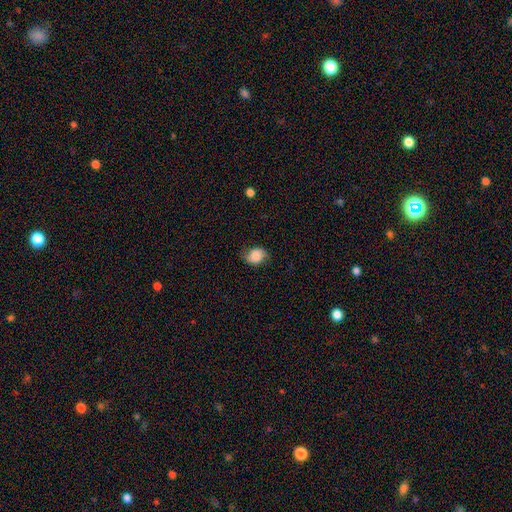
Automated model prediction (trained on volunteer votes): Smooth or featured? Predicted: smooth (p=0.68). How rounded? Predicted: in between (p=0.56). Merging? Predicted: none (p=0.69).